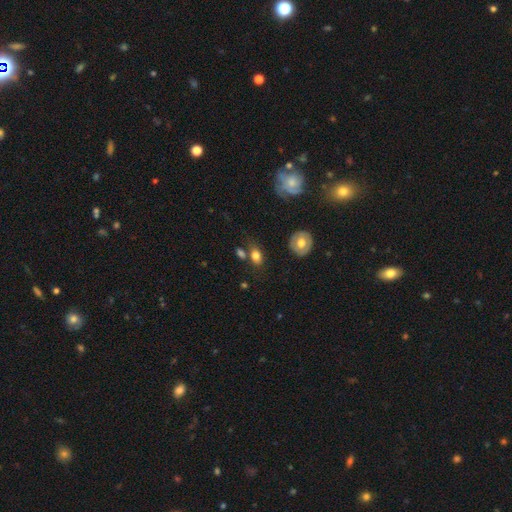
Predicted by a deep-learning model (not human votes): Smooth or featured: smooth — 78% (featured or disk — 12%)
How rounded: in between — 77% (round — 20%)
Merging: none — 64% (minor disturbance — 16%)